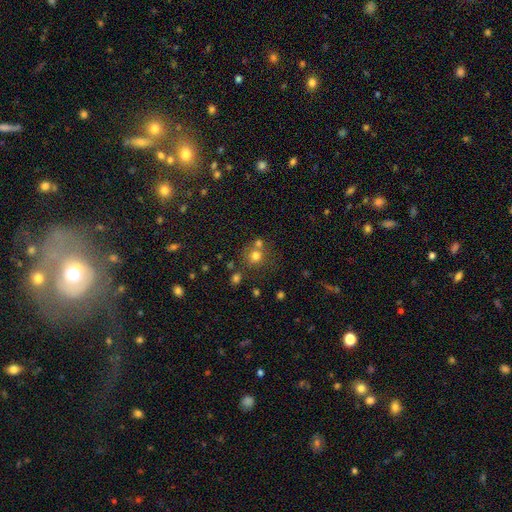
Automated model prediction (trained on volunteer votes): This is likely a smooth galaxy (73%). How rounded: clearly round (86%). Merging: possibly none (59%).